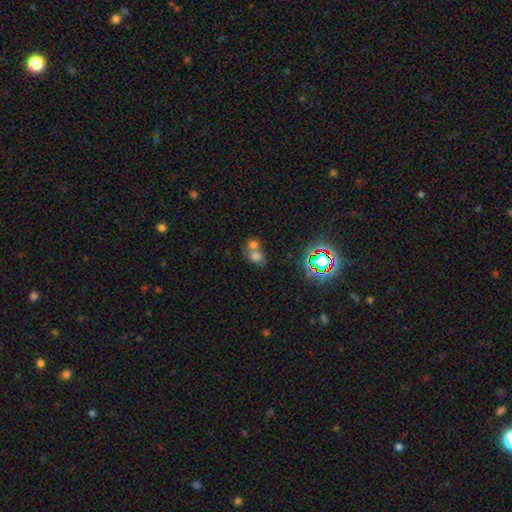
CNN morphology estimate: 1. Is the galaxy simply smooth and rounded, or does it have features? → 65% smooth, 21% star or artifact, 15% featured or disk.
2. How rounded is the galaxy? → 50% in between, 48% round, 1% cigar-shaped.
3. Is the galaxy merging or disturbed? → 60% merger, 28% none, 8% minor disturbance, 4% major disturbance.